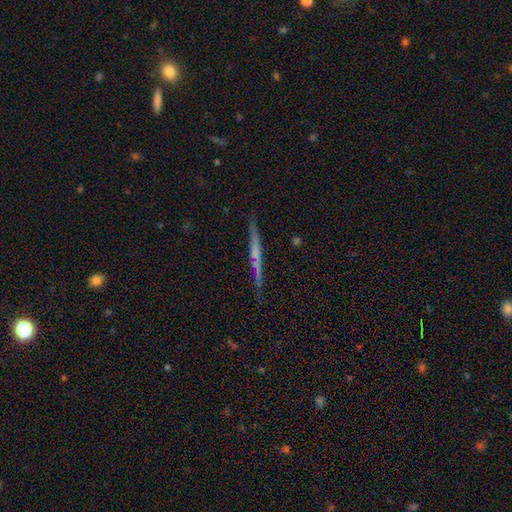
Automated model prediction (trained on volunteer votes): This appears to be a featured or disk galaxy (65%) viewed edge-on (97%) with no central bulge (60%). Merging: none (89%).